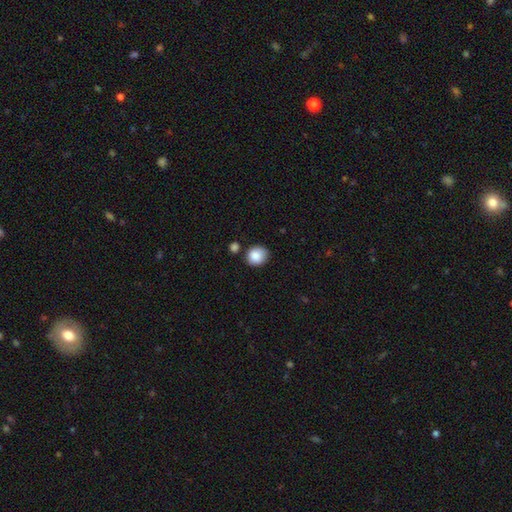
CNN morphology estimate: Overall: smooth (88%). How rounded: round (73%). Merging: none (73%).